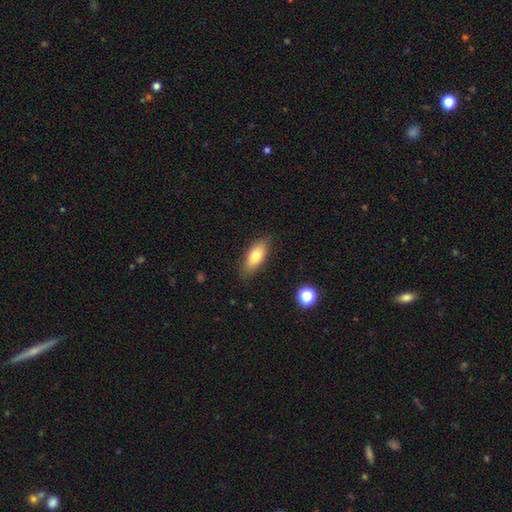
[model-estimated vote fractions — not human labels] smooth-or-featured: smooth: 76% | featured or disk: 17% | star or artifact: 7%
  how-rounded: in between: 79% | cigar-shaped: 18% | round: 3%
  merging: none: 83% | minor disturbance: 13% | major disturbance: 3% | merger: 1%